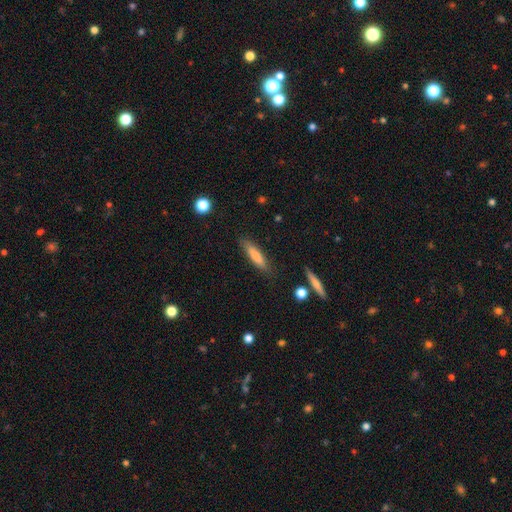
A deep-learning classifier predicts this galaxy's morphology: The model was most divided on "smooth or featured": smooth: 72%, featured or disk: 21%, star or artifact: 7%. More confident: merging — none (85%); how rounded — cigar-shaped (81%).